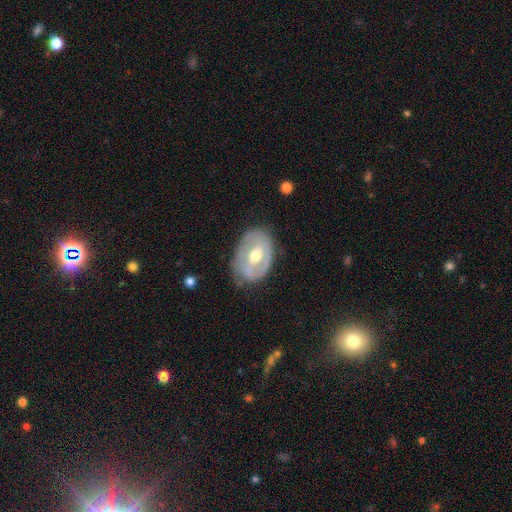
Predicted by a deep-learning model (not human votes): Overall: featured or disk (67%; smooth 28%). Edge-on disk: no (94%). Bar: weak (40%, tied with no). Spiral arms: no (54%; yes 46%). Bulge size: moderate (76%). Merging: none (71%).